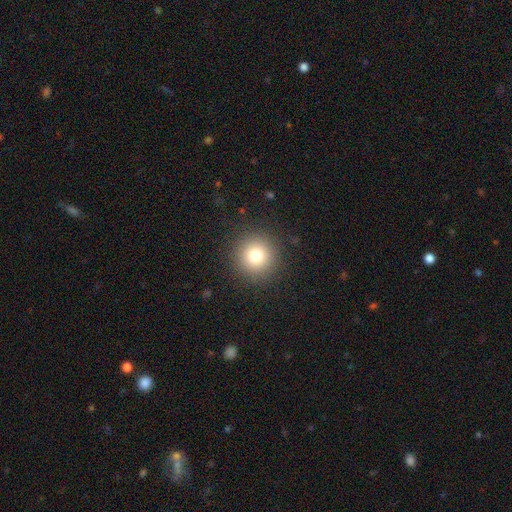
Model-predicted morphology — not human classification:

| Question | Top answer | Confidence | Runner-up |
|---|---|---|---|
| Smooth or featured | smooth | 79% | star or artifact (13%) |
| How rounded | round | 95% | in between (4%) |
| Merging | none | 90% | minor disturbance (6%) |